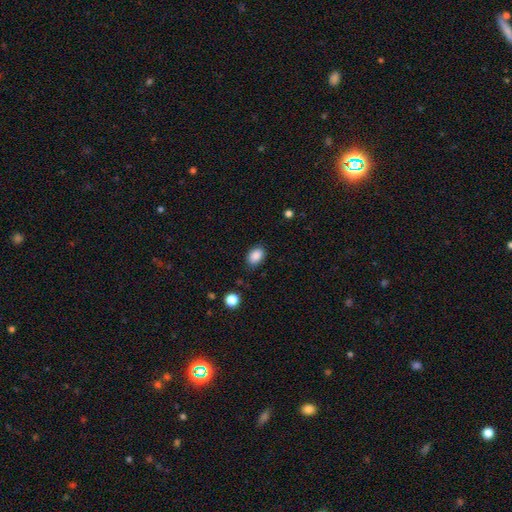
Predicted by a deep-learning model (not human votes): A smooth galaxy with no disk features (88%) that is in between round and cigar-shaped (80%). Merging: none (83%).